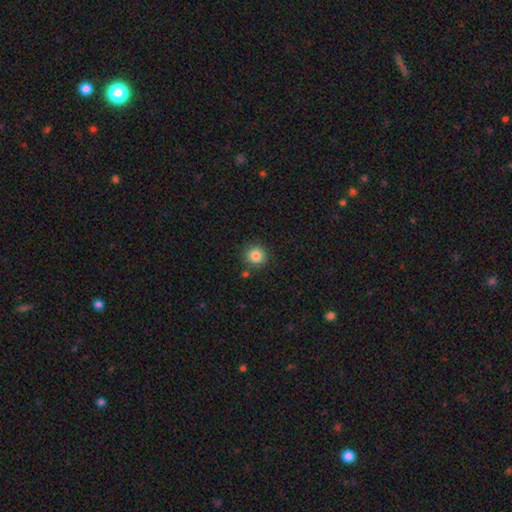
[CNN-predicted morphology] smooth_or_featured: smooth (p=0.85) [alt: star or artifact p=0.11]
how_rounded: round (p=0.94) [alt: in between p=0.06]
merging: none (p=0.87) [alt: minor disturbance p=0.07]